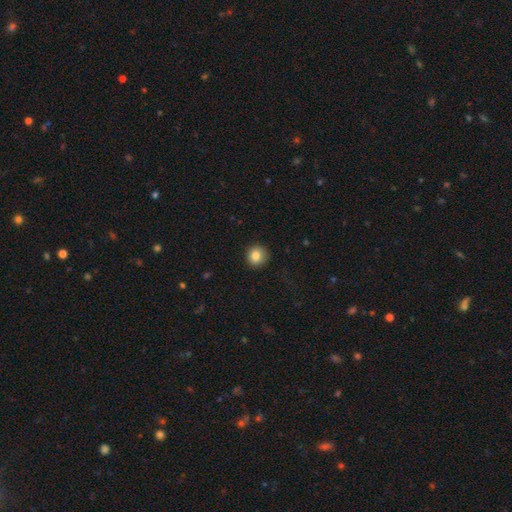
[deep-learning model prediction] A smooth galaxy with no disk features (85%) that is round (89%). Merging: none (90%).